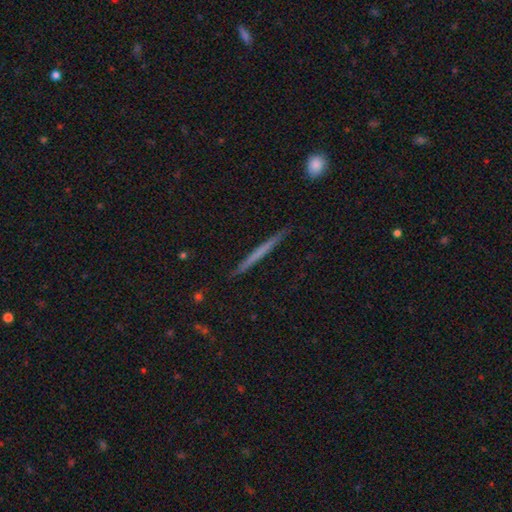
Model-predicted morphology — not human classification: Q: Smooth or featured?
A: smooth (48%); runner-up: featured or disk (45%)
Q: Merging?
A: none (91%); runner-up: minor disturbance (7%)